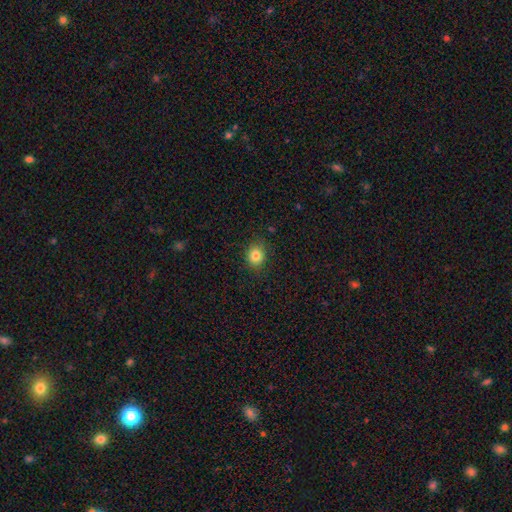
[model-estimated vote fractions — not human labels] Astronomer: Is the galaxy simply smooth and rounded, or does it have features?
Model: smooth — 83%.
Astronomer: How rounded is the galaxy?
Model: round — 70%.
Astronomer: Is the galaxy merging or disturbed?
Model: none — 86%.